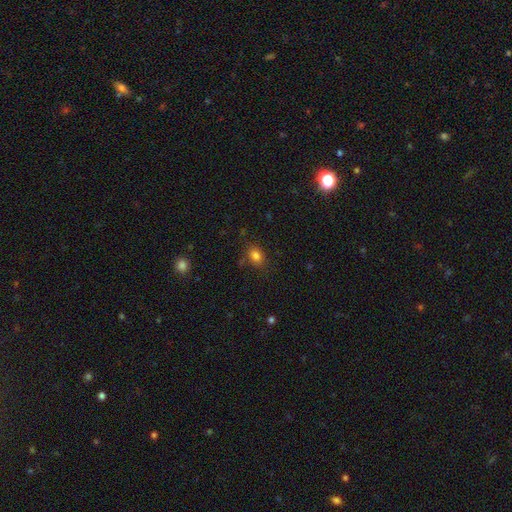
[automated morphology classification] This appears to be a smooth galaxy with no disk features (81%) that is in between round and cigar-shaped (63%). Merging: none (79%).